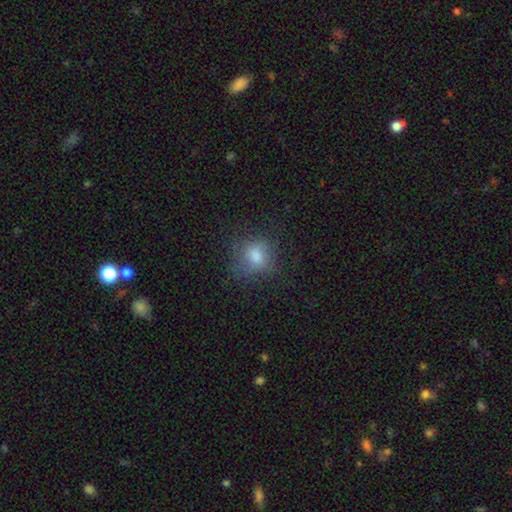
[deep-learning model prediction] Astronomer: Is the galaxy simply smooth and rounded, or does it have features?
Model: smooth — 77%.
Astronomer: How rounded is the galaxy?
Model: round — 73%.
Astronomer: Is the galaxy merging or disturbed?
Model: none — 71%.